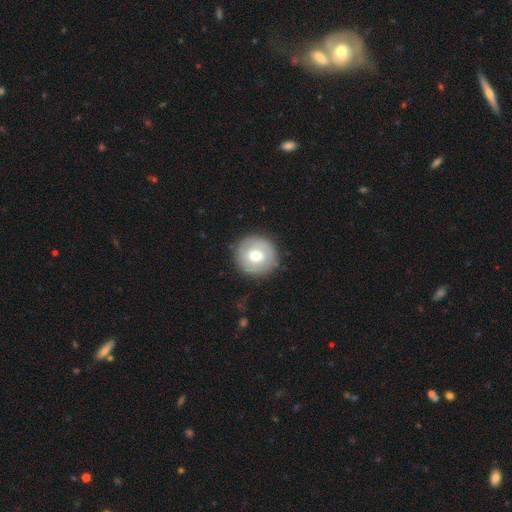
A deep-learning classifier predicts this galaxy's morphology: Overall: smooth (63%; featured or disk 29%). How rounded: round (95%). Merging: none (88%).